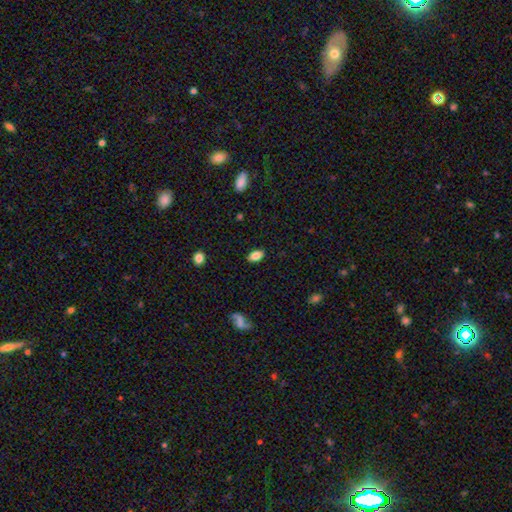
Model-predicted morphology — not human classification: This is clearly a smooth galaxy (84%). How rounded: clearly in between (91%). Merging: clearly none (88%).